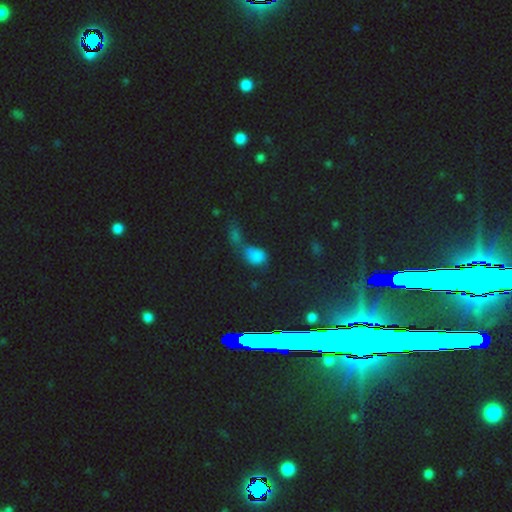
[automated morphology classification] smooth_or_featured: smooth (p=0.61) [alt: star or artifact p=0.28]
how_rounded: in between (p=0.58) [alt: round p=0.37]
merging: merger (p=0.44) [alt: none p=0.27]